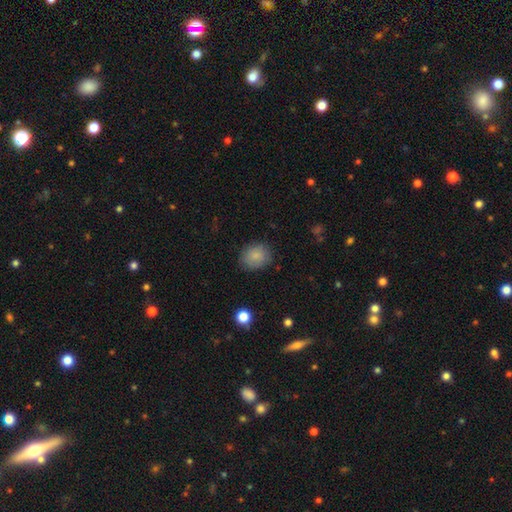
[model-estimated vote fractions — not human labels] Overall: smooth (86%). How rounded: round (59%; in between 40%). Merging: none (82%).